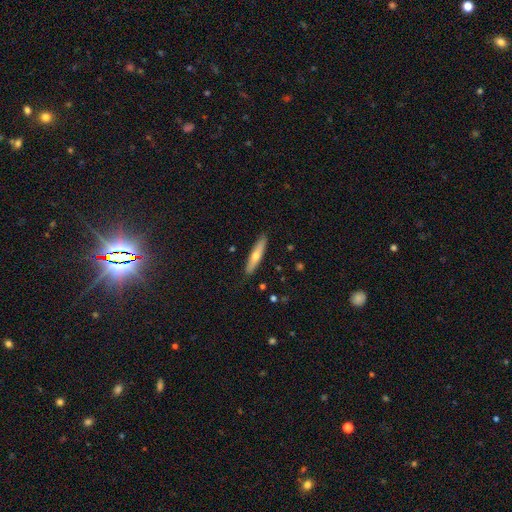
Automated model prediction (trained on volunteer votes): Smooth or featured? Predicted: smooth (p=0.55). How rounded? Predicted: cigar-shaped (p=0.85). Merging? Predicted: none (p=0.89).